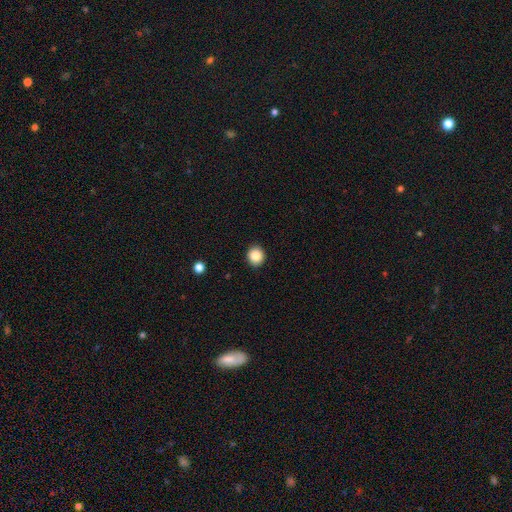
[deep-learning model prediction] smooth_or_featured: smooth (p=0.86) [alt: star or artifact p=0.10]
how_rounded: round (p=0.79) [alt: in between p=0.20]
merging: none (p=0.91) [alt: minor disturbance p=0.06]